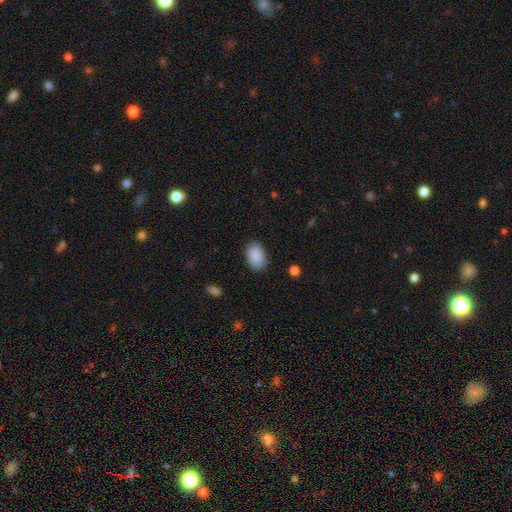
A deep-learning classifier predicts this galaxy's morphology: Overall: smooth (89%). How rounded: in between (90%). Merging: none (85%).